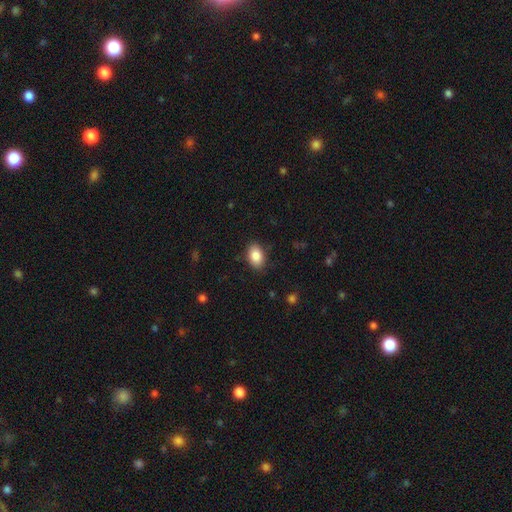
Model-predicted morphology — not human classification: This appears to be a smooth galaxy with no disk features (87%) that is in between round and cigar-shaped (87%). Merging: none (86%).